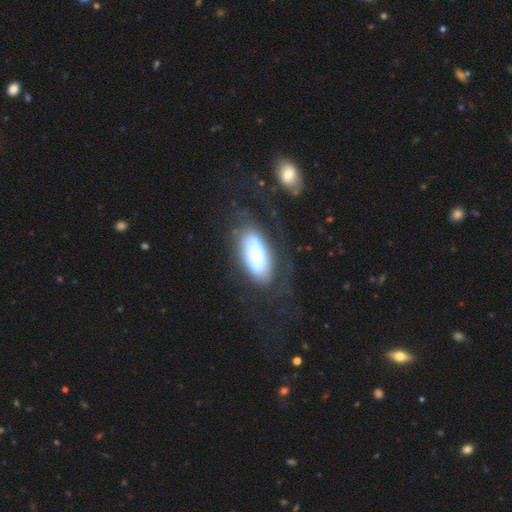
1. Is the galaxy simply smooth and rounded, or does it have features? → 55% featured or disk, 42% smooth, 2% star or artifact.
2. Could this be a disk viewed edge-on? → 100% no, 0% yes.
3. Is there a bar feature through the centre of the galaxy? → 73% strong, 18% no, 9% weak.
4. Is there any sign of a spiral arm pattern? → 64% no, 36% yes.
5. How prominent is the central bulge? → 45% moderate, 27% large, 14% small, 9% none, 5% dominant.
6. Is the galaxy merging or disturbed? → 44% major disturbance, 31% none, 23% minor disturbance, 3% merger.